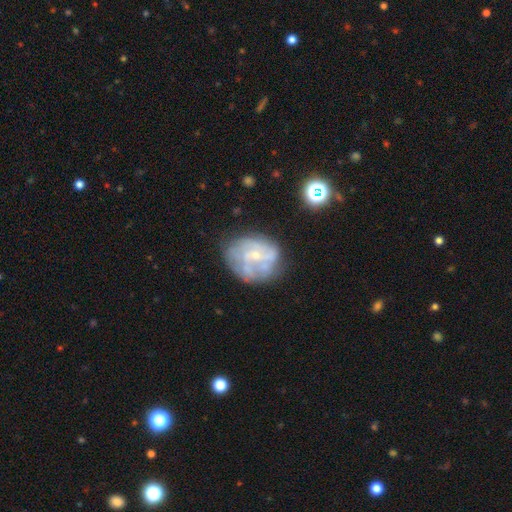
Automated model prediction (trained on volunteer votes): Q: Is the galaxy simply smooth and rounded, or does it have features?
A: featured or disk — 68%.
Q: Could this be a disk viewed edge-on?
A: no — 98%.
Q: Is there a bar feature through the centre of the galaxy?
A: no — 68%.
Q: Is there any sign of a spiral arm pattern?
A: yes — 58%.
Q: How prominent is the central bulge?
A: small — 66%.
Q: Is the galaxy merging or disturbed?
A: none — 57%.